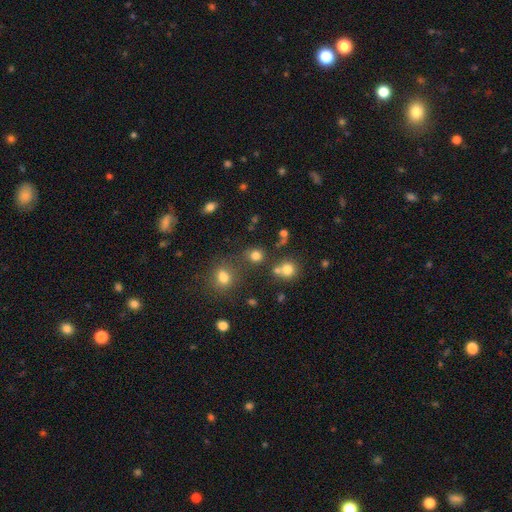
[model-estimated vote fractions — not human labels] smooth-or-featured: smooth: 77% | star or artifact: 17% | featured or disk: 6%
  how-rounded: round: 84% | in between: 15% | cigar-shaped: 1%
  merging: none: 68% | merger: 17% | minor disturbance: 10% | major disturbance: 5%